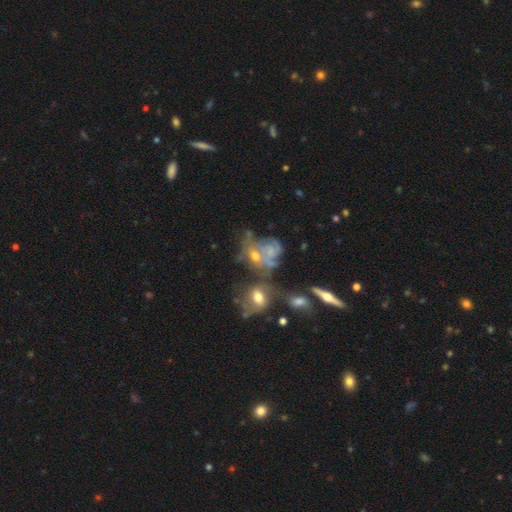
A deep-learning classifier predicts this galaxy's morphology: This appears to be a featured or disk galaxy (59%) with no bar (81%), no spiral arms (59%) and a moderate central bulge (40%). Merging: merger (35%).